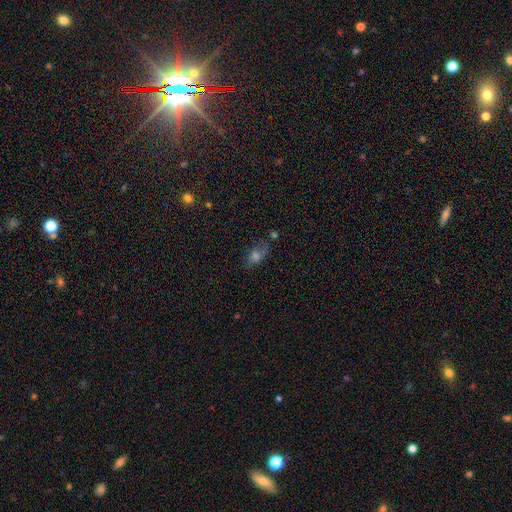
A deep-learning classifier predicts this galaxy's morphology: Smooth or featured: smooth — 46% (star or artifact — 29%)
Merging: none — 59% (minor disturbance — 22%)